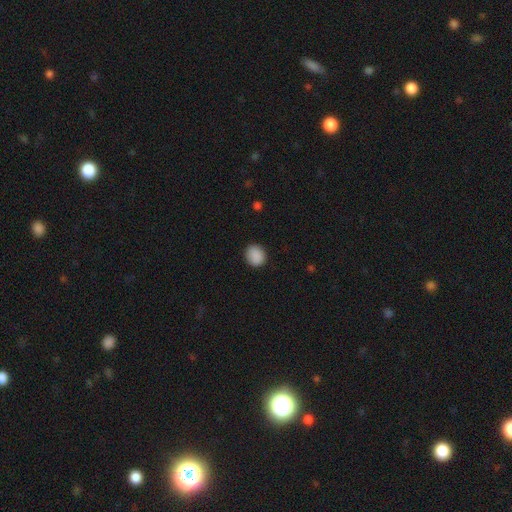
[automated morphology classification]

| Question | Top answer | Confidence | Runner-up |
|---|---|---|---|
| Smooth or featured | smooth | 89% | star or artifact (8%) |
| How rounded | round | 79% | in between (20%) |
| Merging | none | 88% | minor disturbance (9%) |